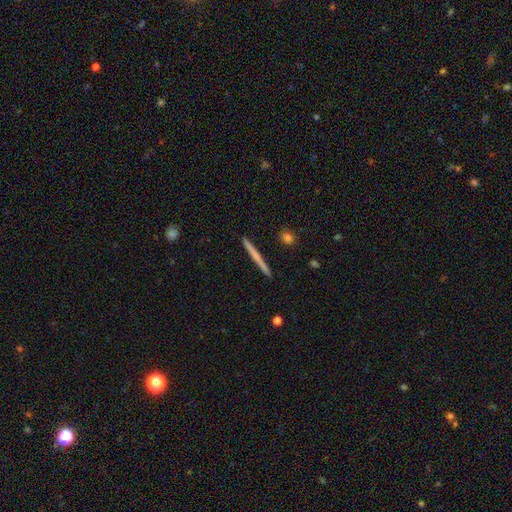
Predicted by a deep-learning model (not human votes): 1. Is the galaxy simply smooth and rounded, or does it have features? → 56% smooth, 38% featured or disk, 5% star or artifact.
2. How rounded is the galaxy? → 96% cigar-shaped, 2% in between, 2% round.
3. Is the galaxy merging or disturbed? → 93% none, 5% minor disturbance, 1% merger, 1% major disturbance.